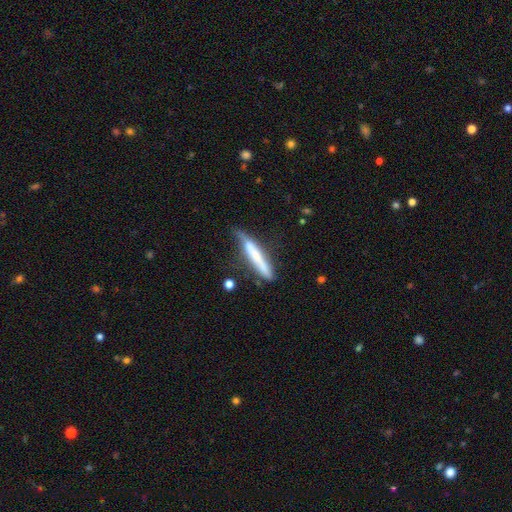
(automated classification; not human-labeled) A smooth galaxy with no disk features (53%) that is cigar-shaped (93%).

Vote fractions:
- Smooth or featured? smooth: 53% / featured or disk: 40% / star or artifact: 7%
- How rounded? cigar-shaped: 93% / in between: 6% / round: 1%
- Merging? none: 51% / minor disturbance: 33% / major disturbance: 11% / merger: 5%